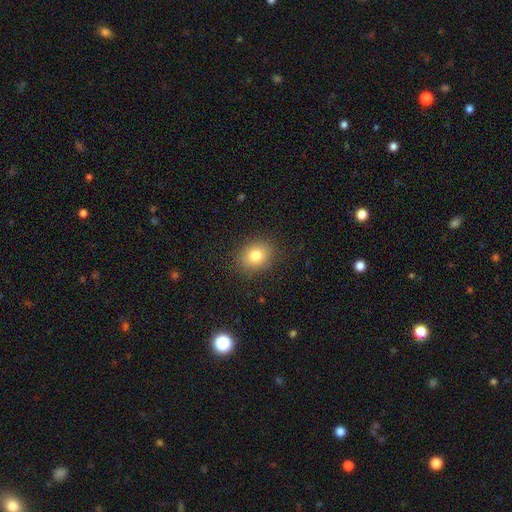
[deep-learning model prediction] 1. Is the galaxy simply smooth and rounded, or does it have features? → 80% smooth, 11% star or artifact, 9% featured or disk.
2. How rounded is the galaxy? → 53% round, 46% in between, 1% cigar-shaped.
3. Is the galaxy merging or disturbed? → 87% none, 9% minor disturbance, 3% major disturbance, 1% merger.